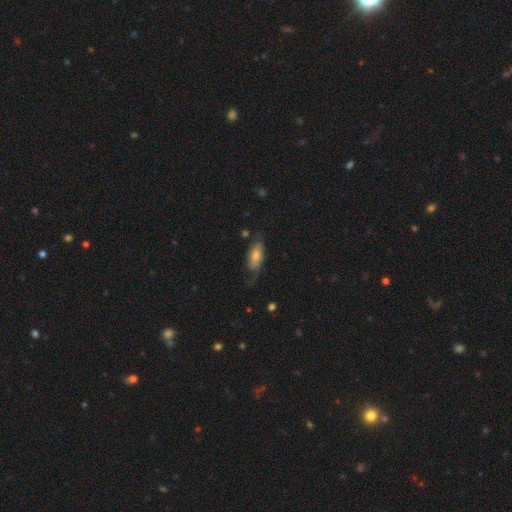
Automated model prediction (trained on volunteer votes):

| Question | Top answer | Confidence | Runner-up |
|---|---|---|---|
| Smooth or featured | smooth | 56% | featured or disk (35%) |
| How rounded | in between | 82% | cigar-shaped (15%) |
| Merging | none | 59% | minor disturbance (26%) |